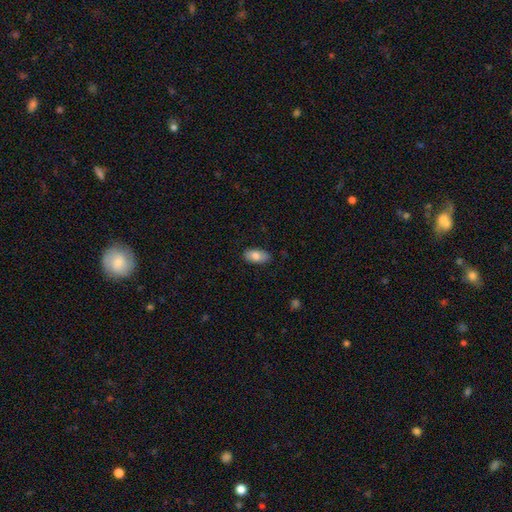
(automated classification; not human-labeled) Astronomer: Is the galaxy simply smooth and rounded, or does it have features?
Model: smooth — 77%.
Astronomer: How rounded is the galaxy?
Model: in between — 93%.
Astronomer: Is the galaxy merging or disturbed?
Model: none — 86%.